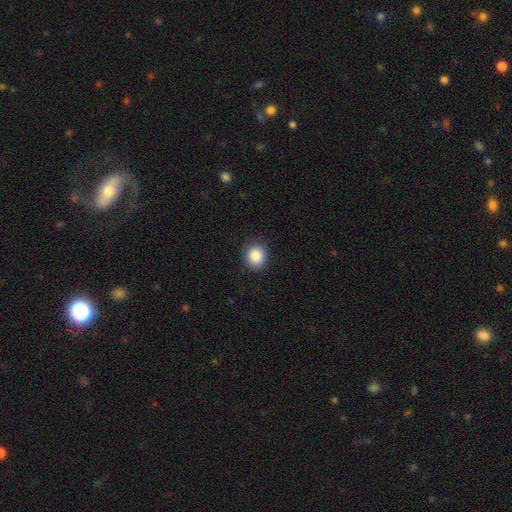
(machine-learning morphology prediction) A smooth galaxy with no disk features (88%) that is round (77%). Merging: none (88%).